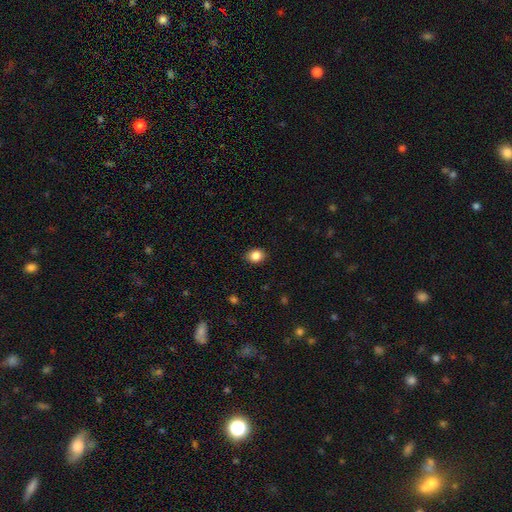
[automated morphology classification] smooth 85%, star or artifact 10%, featured or disk 5%. Down the decision tree: how rounded — round (50%); merging — none (89%).